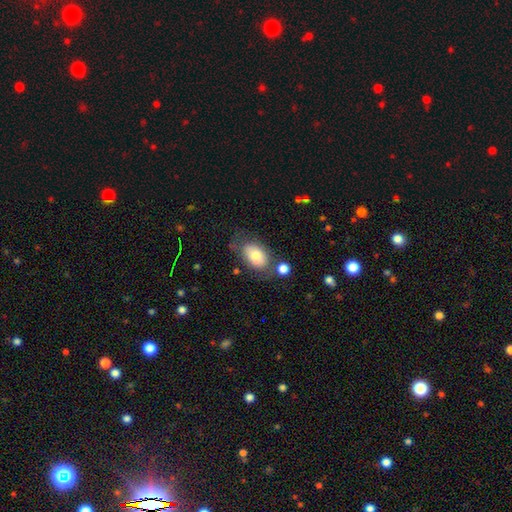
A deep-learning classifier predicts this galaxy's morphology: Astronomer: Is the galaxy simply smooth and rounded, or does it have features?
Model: smooth — 75%.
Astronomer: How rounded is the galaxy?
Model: in between — 89%.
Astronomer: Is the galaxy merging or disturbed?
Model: none — 60%.